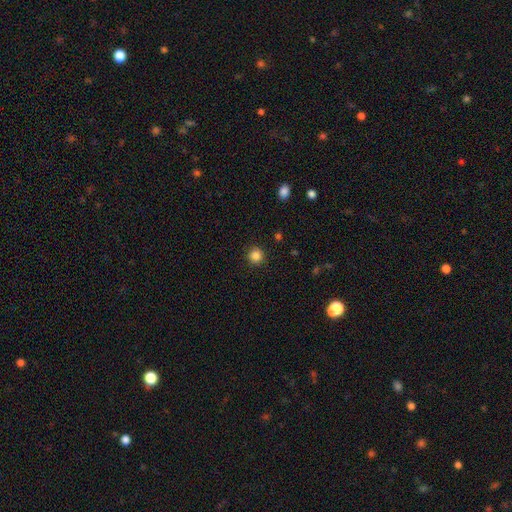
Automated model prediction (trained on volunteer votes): Smooth or featured?
  - smooth: 85% *
  - star or artifact: 11%
  - featured or disk: 3%
How rounded?
  - round: 94% *
  - in between: 6%
  - cigar-shaped: 1%
Merging?
  - none: 91% *
  - minor disturbance: 6%
  - major disturbance: 2%
  - merger: 1%